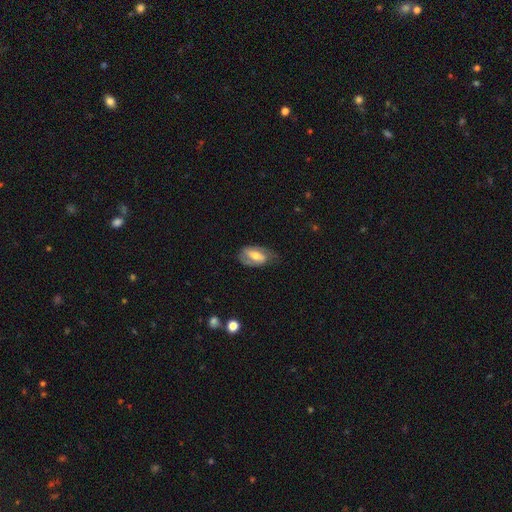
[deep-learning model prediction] featured or disk 56%, smooth 37%, star or artifact 7%. Down the decision tree: edge-on disk — no (92%); bar — weak (39%); spiral arms — yes (71%); bulge size — moderate (62%); merging — none (61%).